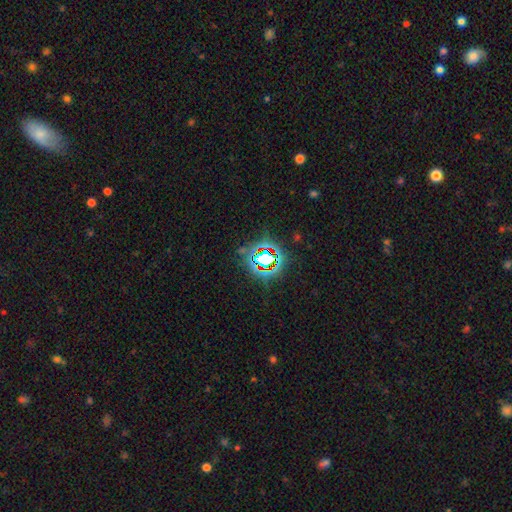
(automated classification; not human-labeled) Smooth or featured? star or artifact (78%)